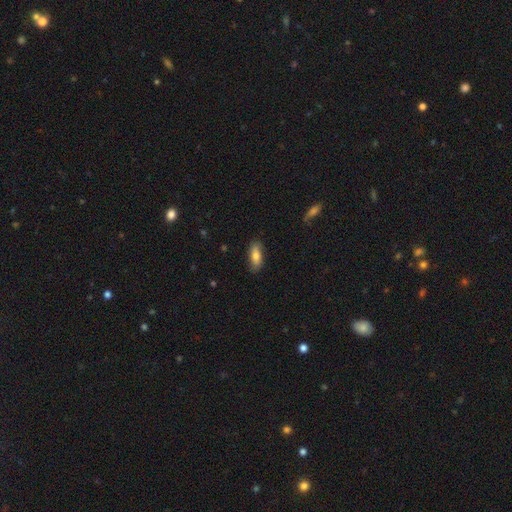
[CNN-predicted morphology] This is likely a smooth galaxy (75%). How rounded: likely in between (78%). Merging: clearly none (82%).